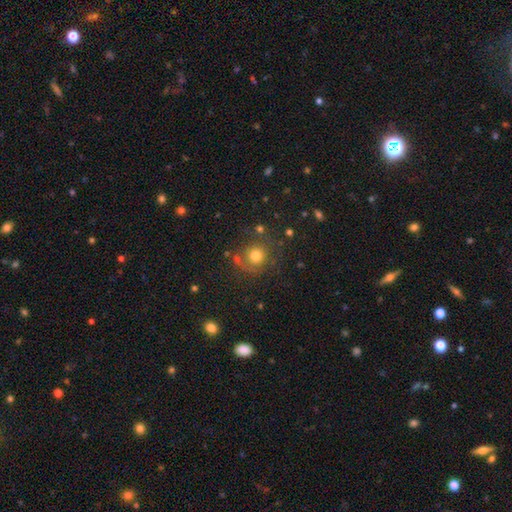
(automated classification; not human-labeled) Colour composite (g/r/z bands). It shows a smooth galaxy with no disk features (71%) that is round (90%). Merging: none (71%).